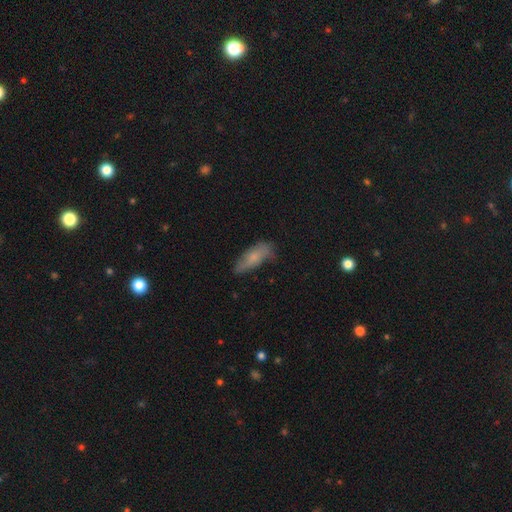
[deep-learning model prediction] Smooth or featured? Predicted: smooth (p=0.69). How rounded? Predicted: in between (p=0.71). Merging? Predicted: none (p=0.57).